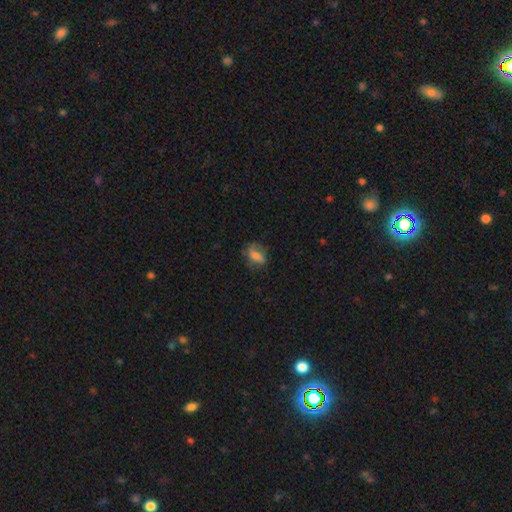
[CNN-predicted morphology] This is possibly a smooth galaxy (57%). How rounded: likely in between (73%). Merging: possibly none (55%).